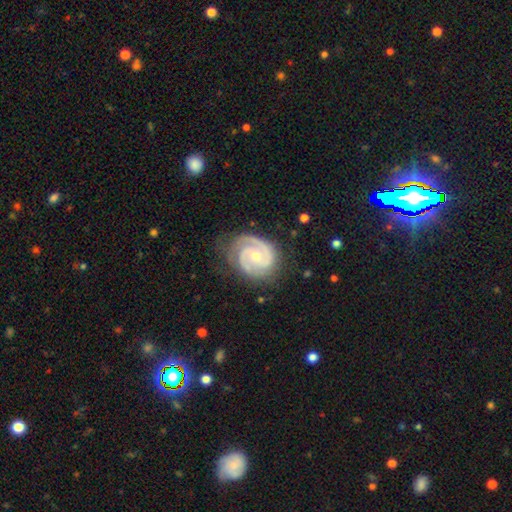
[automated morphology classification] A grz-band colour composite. It shows a featured or disk galaxy (91%) with no bar (63%), 2 (80%) tight (65%) spiral arms (98%) and a moderate central bulge (56%). Merging: none (75%).